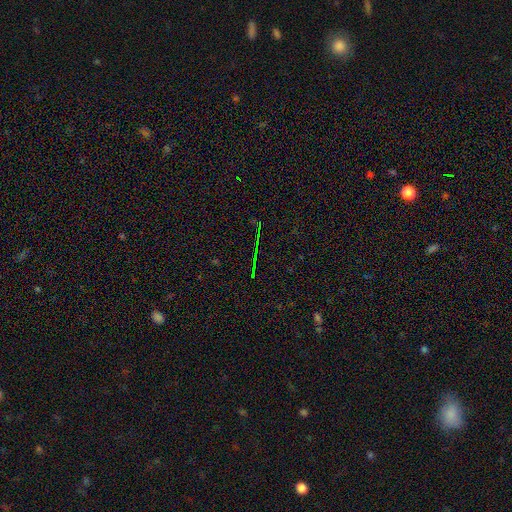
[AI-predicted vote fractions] Morphology: type=star or artifact (76%).